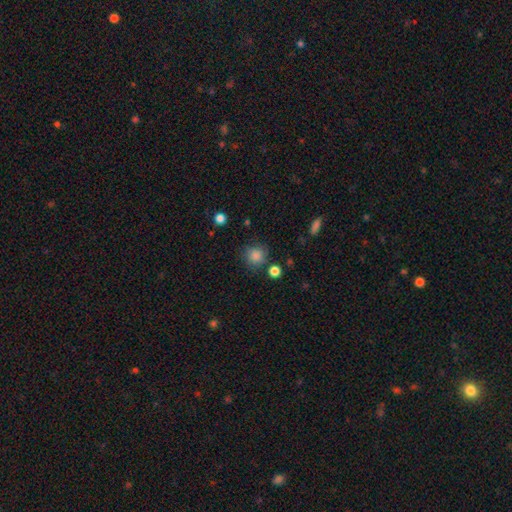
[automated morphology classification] smooth-or-featured: smooth: 85% | star or artifact: 11% | featured or disk: 4%
  how-rounded: round: 91% | in between: 8% | cigar-shaped: 1%
  merging: none: 80% | minor disturbance: 11% | merger: 5% | major disturbance: 4%